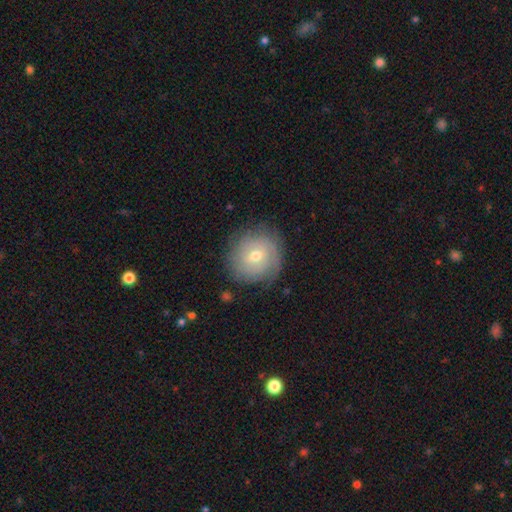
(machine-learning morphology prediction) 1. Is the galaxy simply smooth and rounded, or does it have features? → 51% featured or disk, 40% smooth, 9% star or artifact.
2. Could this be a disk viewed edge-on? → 96% no, 4% yes.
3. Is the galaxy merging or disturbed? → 79% none, 15% minor disturbance, 5% major disturbance, 1% merger.